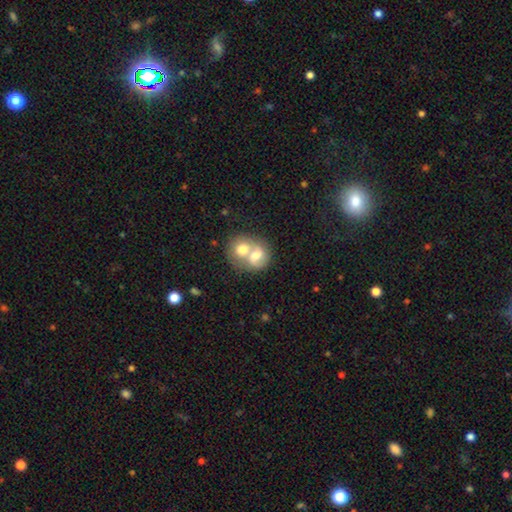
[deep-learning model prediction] smooth-or-featured: smooth: 60% | featured or disk: 33% | star or artifact: 7%
  how-rounded: round: 57% | in between: 42% | cigar-shaped: 1%
  merging: merger: 77% | none: 14% | minor disturbance: 5% | major disturbance: 4%